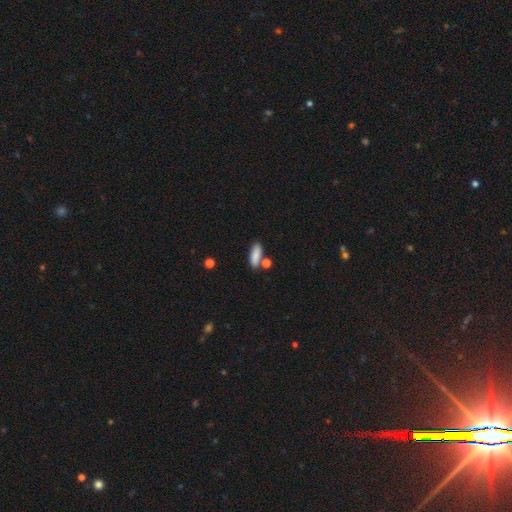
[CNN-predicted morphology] Q: Smooth or featured?
A: smooth (85%); runner-up: featured or disk (8%)
Q: How rounded?
A: in between (65%); runner-up: cigar-shaped (32%)
Q: Merging?
A: none (65%); runner-up: merger (16%)